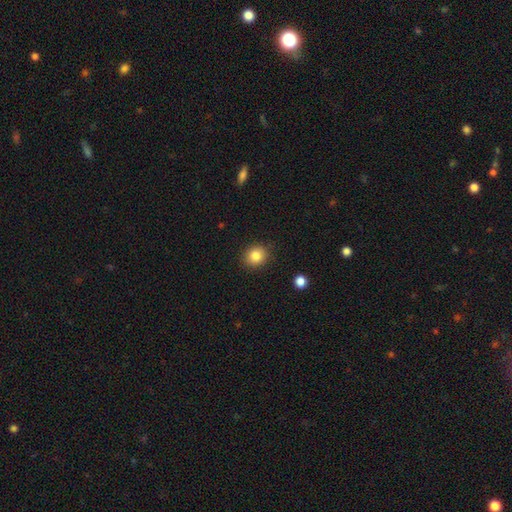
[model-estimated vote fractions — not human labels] This is clearly a smooth galaxy (83%). How rounded: likely round (73%). Merging: clearly none (89%).